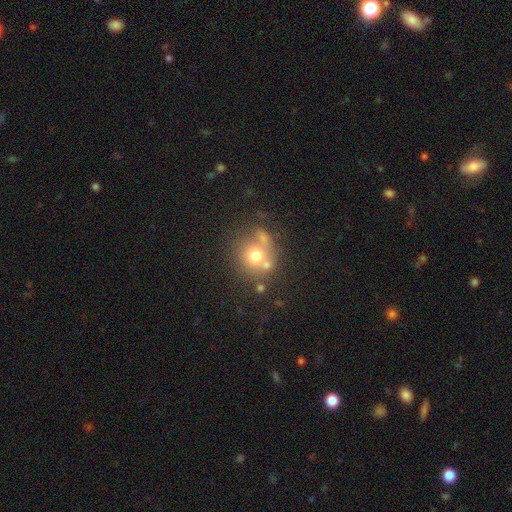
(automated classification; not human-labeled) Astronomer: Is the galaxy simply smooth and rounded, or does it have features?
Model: smooth — 66%.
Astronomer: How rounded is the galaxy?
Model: round — 84%.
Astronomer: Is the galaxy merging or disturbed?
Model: none — 46% (runner-up: merger, 30%).